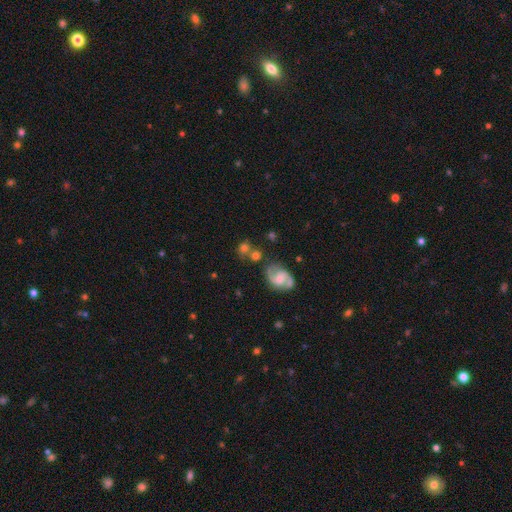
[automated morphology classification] smooth-or-featured: featured or disk: 59% | smooth: 27% | star or artifact: 14%
  disk-edge-on: no: 95% | yes: 5%
    bar: weak: 46% | no: 41% | strong: 13%
    has-spiral-arms: yes: 87% | no: 13%
    bulge-size: moderate: 50% | small: 37% | none: 6% | large: 5% | dominant: 2%
  merging: none: 64% | merger: 15% | minor disturbance: 14% | major disturbance: 6%